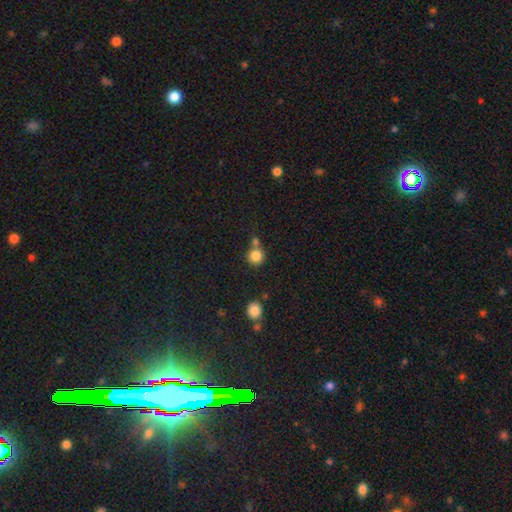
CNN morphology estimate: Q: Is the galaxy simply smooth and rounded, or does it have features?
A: smooth — 83%.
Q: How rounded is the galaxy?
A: round — 92%.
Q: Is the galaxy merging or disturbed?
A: none — 63%.